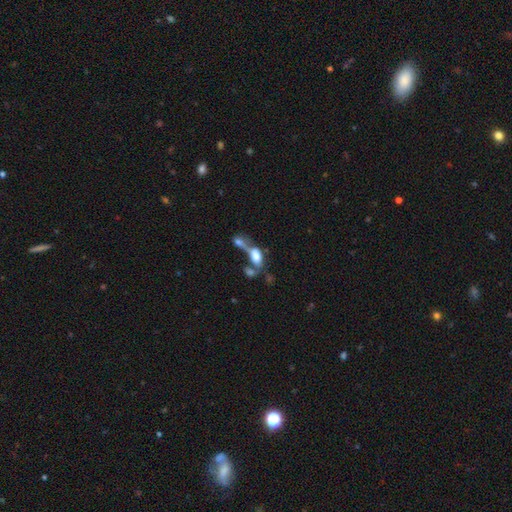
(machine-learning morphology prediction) This is possibly a smooth galaxy (60%). How rounded: clearly in between (84%). Merging: likely merger (62%).